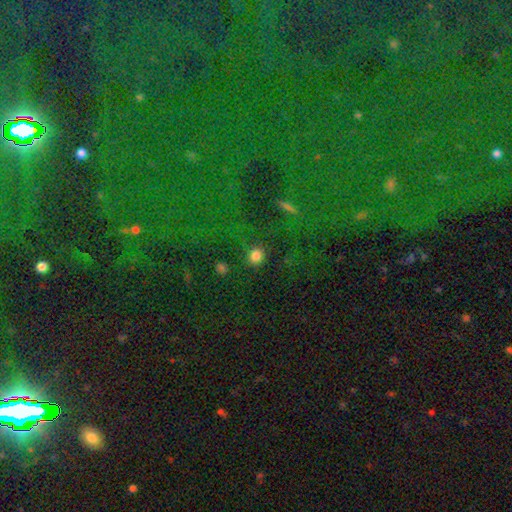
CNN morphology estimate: type=smooth (82%); roundness=round (88%); merging=none (85%).